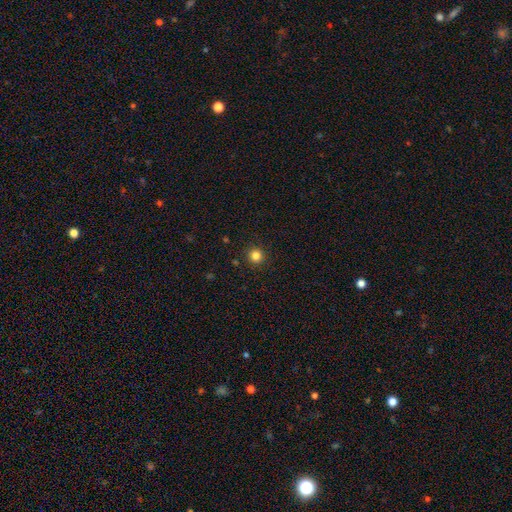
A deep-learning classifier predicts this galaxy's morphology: Smooth or featured?
  - smooth: 82% *
  - star or artifact: 13%
  - featured or disk: 5%
How rounded?
  - round: 95% *
  - in between: 4%
  - cigar-shaped: 1%
Merging?
  - none: 92% *
  - minor disturbance: 5%
  - major disturbance: 2%
  - merger: 1%